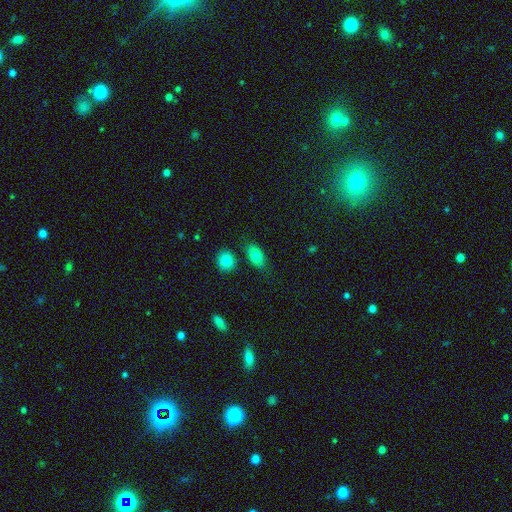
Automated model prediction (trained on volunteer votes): smooth-or-featured: smooth: 81% | featured or disk: 11% | star or artifact: 8%
  how-rounded: in between: 87% | round: 9% | cigar-shaped: 3%
  merging: none: 76% | minor disturbance: 13% | merger: 7% | major disturbance: 3%